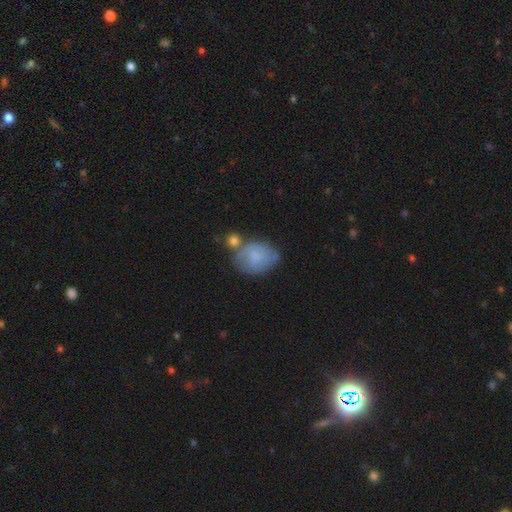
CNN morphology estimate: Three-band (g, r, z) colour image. It shows a smooth galaxy with no disk features (59%) that is in between round and cigar-shaped (62%). Merging: none (49%).